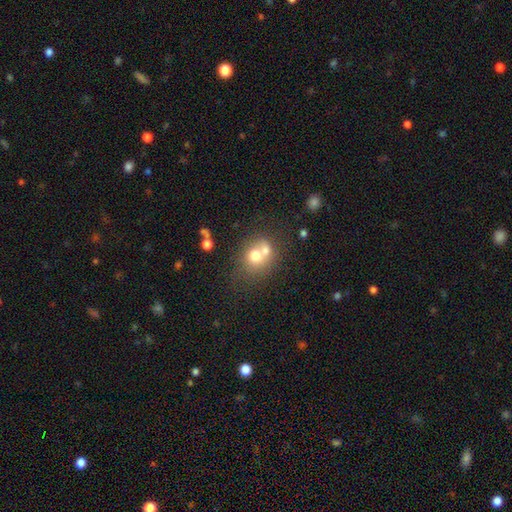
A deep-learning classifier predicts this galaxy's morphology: Smooth or featured? smooth (67%)
How rounded? round (71%)
Merging? merger (54%)